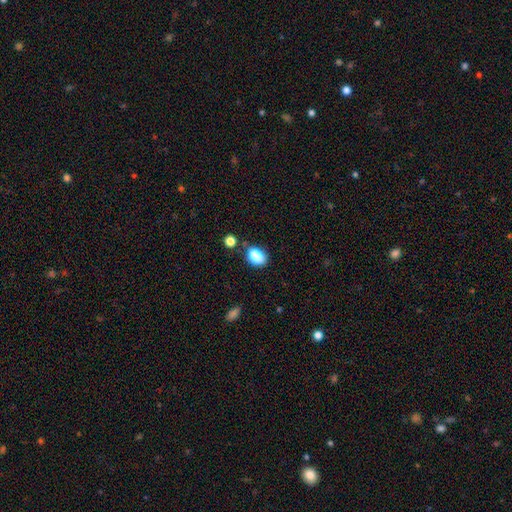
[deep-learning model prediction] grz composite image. It shows a smooth galaxy with no disk features (85%) that is in between round and cigar-shaped (80%). Merging: none (64%).